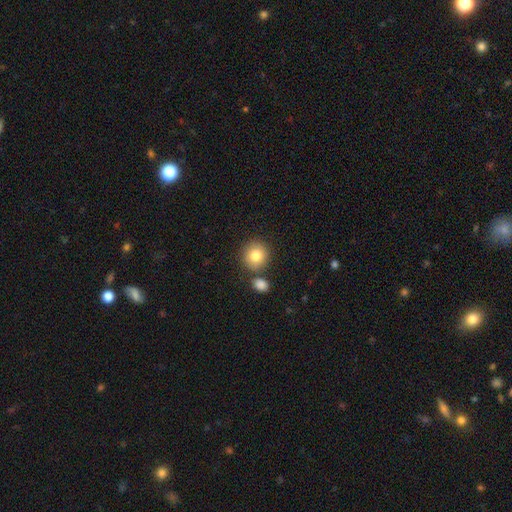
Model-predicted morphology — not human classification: A smooth galaxy with no disk features (82%) that is round (89%). Merging: none (75%).